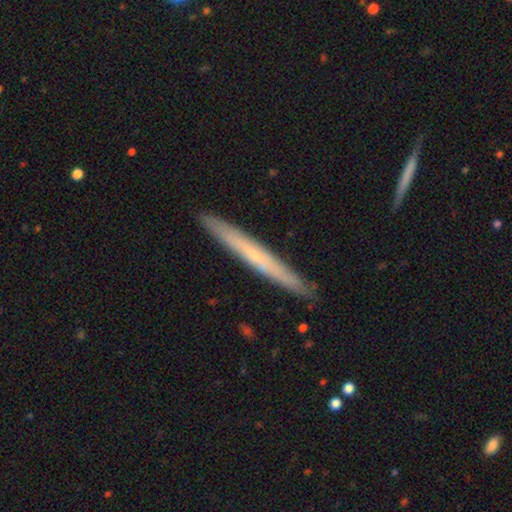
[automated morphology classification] type=featured or disk (50%); edge-on=yes (95%); merging=none (91%).